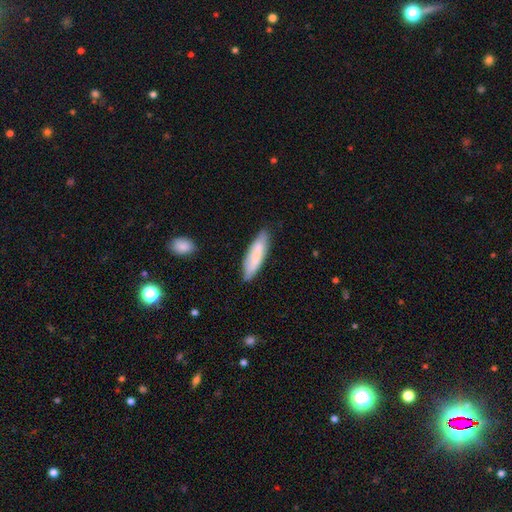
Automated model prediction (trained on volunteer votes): This is likely a smooth galaxy (75%). How rounded: likely cigar-shaped (65%). Merging: likely none (79%).